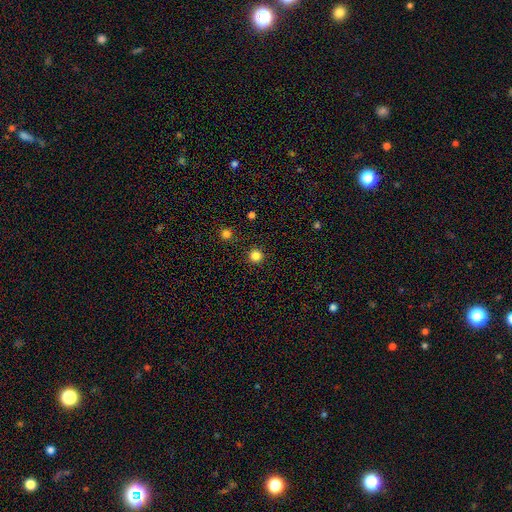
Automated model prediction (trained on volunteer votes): Smooth or featured? smooth (83%)
How rounded? round (97%)
Merging? none (93%)